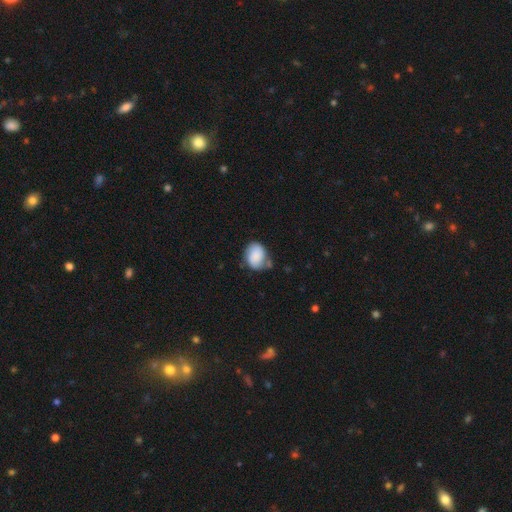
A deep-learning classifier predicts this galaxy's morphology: smooth-or-featured: smooth: 77% | featured or disk: 15% | star or artifact: 8%
  how-rounded: in between: 58% | round: 41% | cigar-shaped: 1%
  merging: none: 50% | minor disturbance: 30% | major disturbance: 10% | merger: 10%